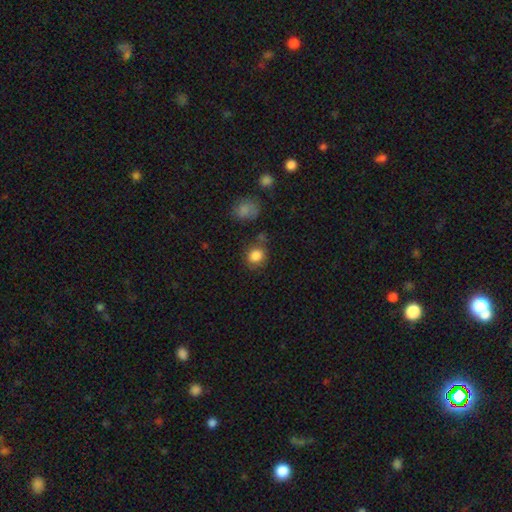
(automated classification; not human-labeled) This appears to be a smooth galaxy with no disk features (85%) that is round (76%). Merging: none (69%).